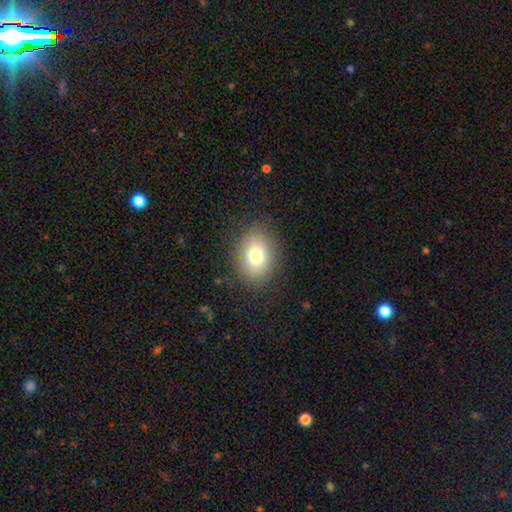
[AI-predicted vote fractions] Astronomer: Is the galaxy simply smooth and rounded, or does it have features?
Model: smooth — 77%.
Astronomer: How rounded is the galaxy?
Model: in between — 65%.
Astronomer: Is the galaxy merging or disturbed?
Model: none — 84%.